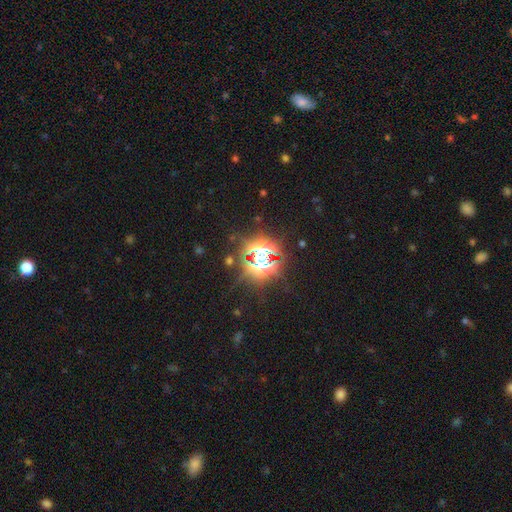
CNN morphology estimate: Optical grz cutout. It shows a star or artifact, not a galaxy (75%).